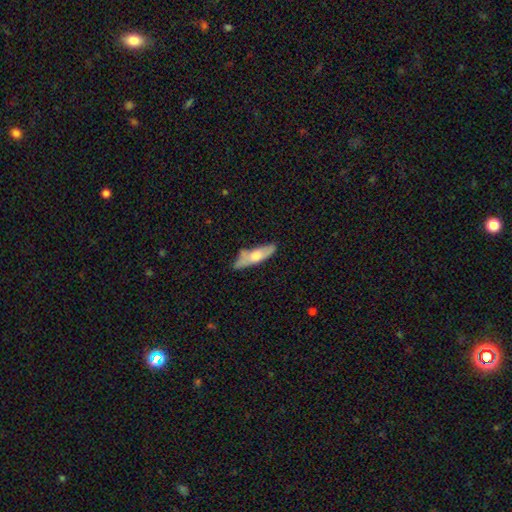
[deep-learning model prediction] The model was most divided on "how rounded": cigar-shaped: 59%, in between: 39%, round: 2%. More confident: merging — none (62%); smooth or featured — smooth (60%).